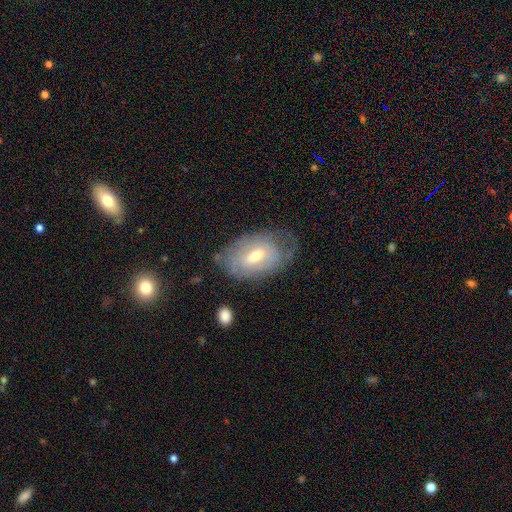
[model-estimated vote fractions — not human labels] Smooth or featured? featured or disk (62%)
Edge-on disk? no (93%)
Bar? weak (51%)
Spiral arms? yes (70%)
Bulge size? moderate (56%)
Merging? none (59%)